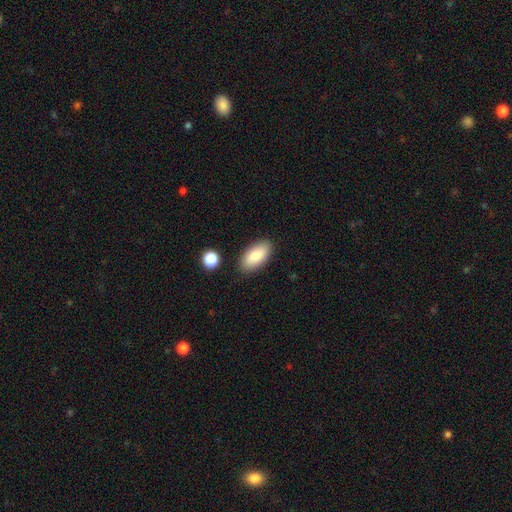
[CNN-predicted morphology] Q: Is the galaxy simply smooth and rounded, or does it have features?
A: smooth — 84%.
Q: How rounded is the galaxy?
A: in between — 92%.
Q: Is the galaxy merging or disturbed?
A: none — 86%.